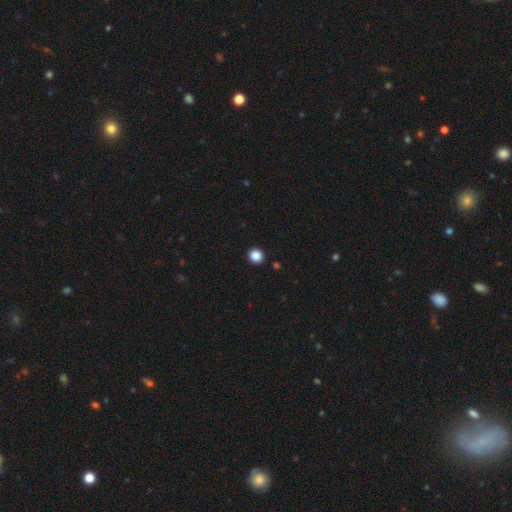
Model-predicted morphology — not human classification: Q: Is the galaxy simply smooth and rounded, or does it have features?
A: smooth — 86%.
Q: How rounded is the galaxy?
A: round — 91%.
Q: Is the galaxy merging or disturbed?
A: none — 93%.